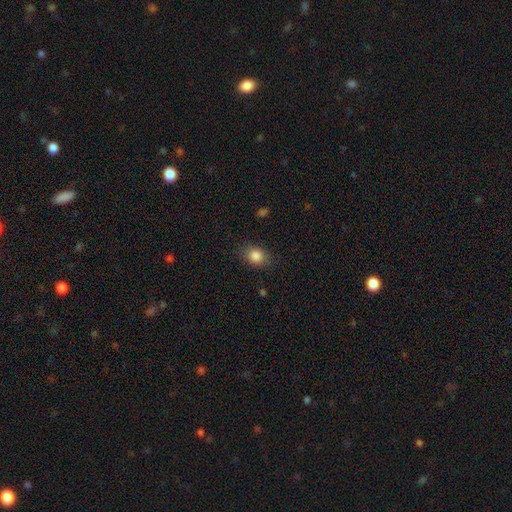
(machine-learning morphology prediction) Smooth or featured? smooth (85%)
How rounded? in between (59%)
Merging? none (82%)